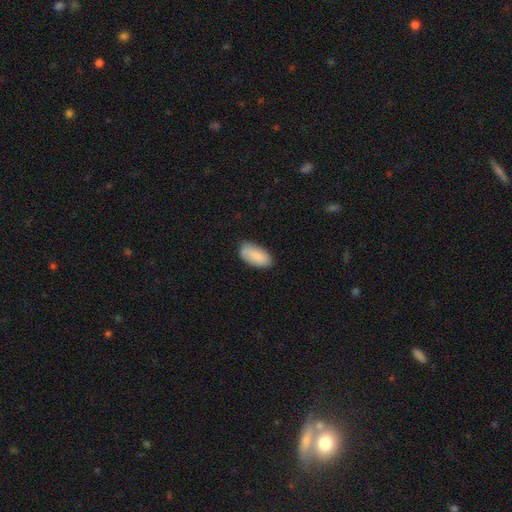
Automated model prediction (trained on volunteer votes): Overall: smooth (87%). How rounded: in between (94%). Merging: none (79%).